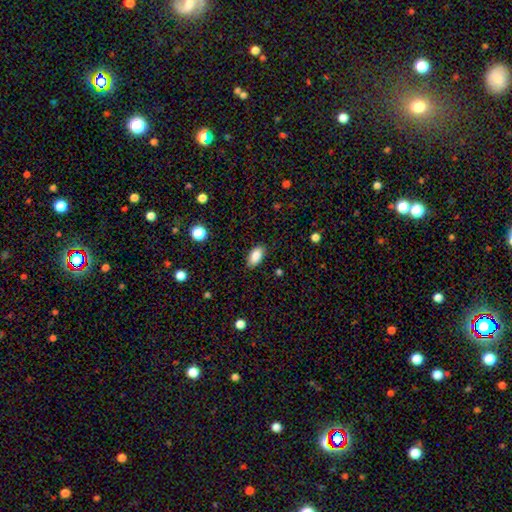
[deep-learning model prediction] Smooth or featured: smooth — 87% (star or artifact — 7%)
How rounded: in between — 92% (cigar-shaped — 4%)
Merging: none — 85% (minor disturbance — 12%)